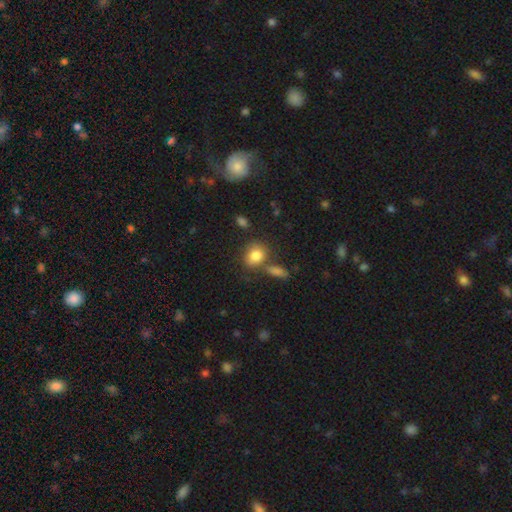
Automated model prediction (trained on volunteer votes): smooth-or-featured: smooth: 82% | star or artifact: 9% | featured or disk: 9%
  how-rounded: in between: 51% | round: 47% | cigar-shaped: 2%
  merging: none: 62% | merger: 18% | minor disturbance: 15% | major disturbance: 5%